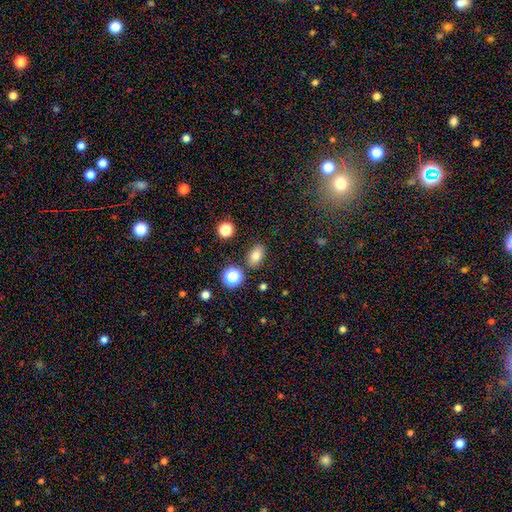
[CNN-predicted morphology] Smooth or featured?
  - smooth: 79% *
  - star or artifact: 13%
  - featured or disk: 8%
How rounded?
  - in between: 79% *
  - round: 19%
  - cigar-shaped: 2%
Merging?
  - none: 84% *
  - minor disturbance: 10%
  - merger: 4%
  - major disturbance: 3%